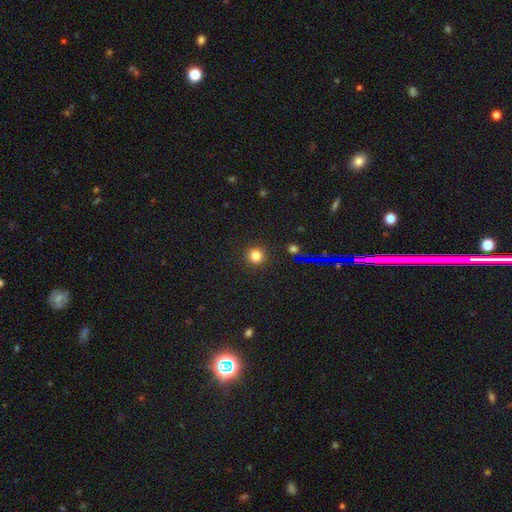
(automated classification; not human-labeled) Morphology: type=smooth (78%); roundness=round (94%); merging=none (92%).